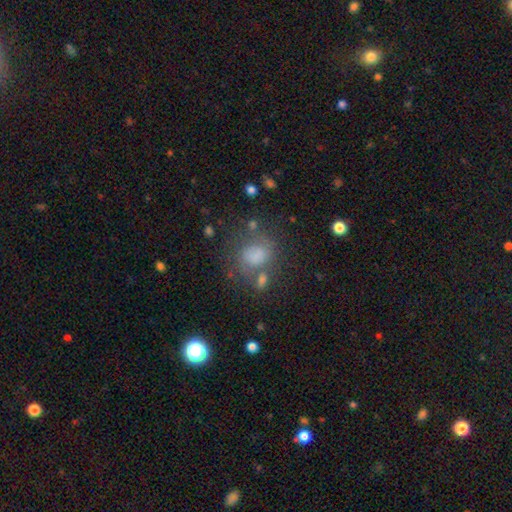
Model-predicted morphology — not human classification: A smooth galaxy with no disk features (68%) that is round (57%).

Vote fractions:
- Smooth or featured? smooth: 68% / featured or disk: 17% / star or artifact: 14%
- How rounded? round: 57% / in between: 42% / cigar-shaped: 1%
- Merging? none: 51% / minor disturbance: 20% / major disturbance: 15% / merger: 13%